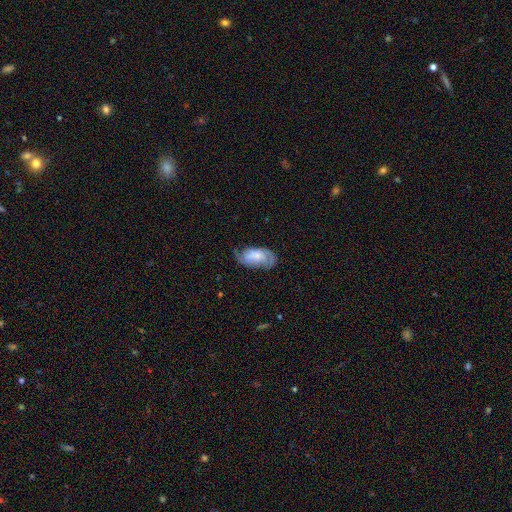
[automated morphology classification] Q: Smooth or featured?
A: featured or disk (65%); runner-up: smooth (28%)
Q: Edge-on disk?
A: no (95%); runner-up: yes (5%)
Q: Bar?
A: no (61%); runner-up: weak (31%)
Q: Spiral arms?
A: yes (91%); runner-up: no (9%)
Q: Spiral winding?
A: medium (42%); runner-up: tight (35%)
Q: Spiral arm count?
A: 2 (73%); runner-up: can't tell (14%)
Q: Bulge size?
A: small (32%); runner-up: none (26%)
Q: Merging?
A: none (63%); runner-up: minor disturbance (23%)